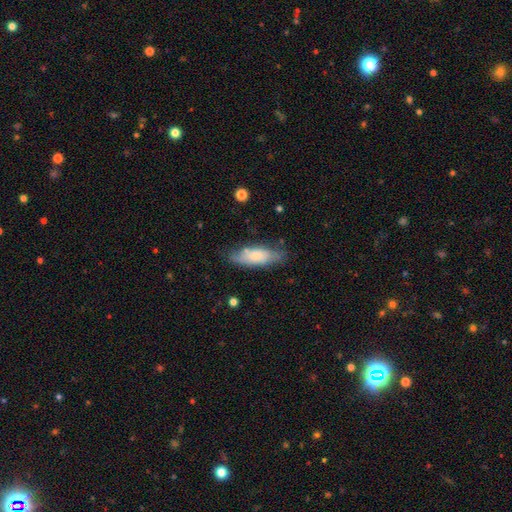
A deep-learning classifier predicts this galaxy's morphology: Smooth or featured? Predicted: smooth (p=0.68). How rounded? Predicted: in between (p=0.62). Merging? Predicted: none (p=0.69).